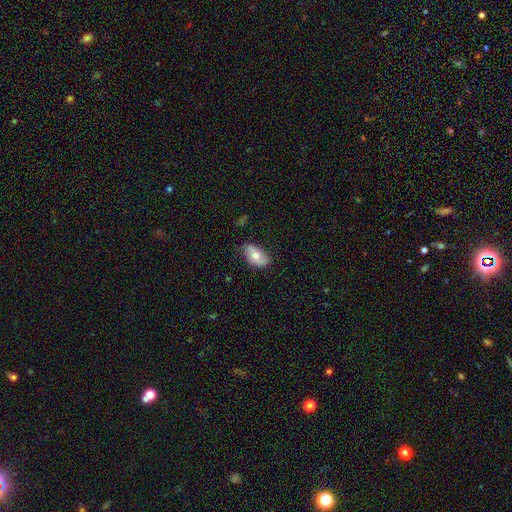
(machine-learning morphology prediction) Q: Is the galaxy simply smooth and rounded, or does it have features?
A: smooth — 60%.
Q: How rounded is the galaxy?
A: in between — 92%.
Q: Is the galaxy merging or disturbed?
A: none — 69%.